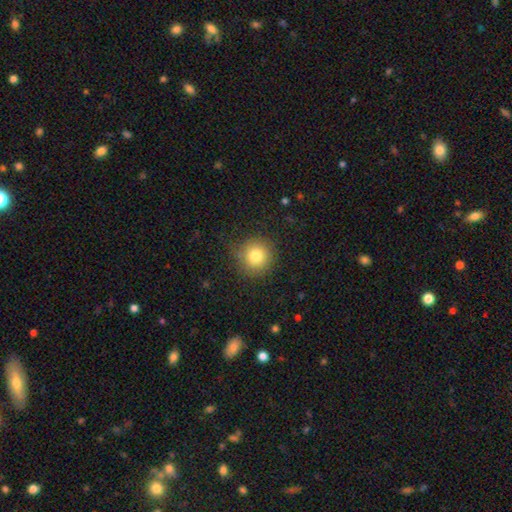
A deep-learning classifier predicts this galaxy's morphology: Smooth or featured: smooth — 79% (star or artifact — 12%)
How rounded: round — 93% (in between — 6%)
Merging: none — 81% (minor disturbance — 13%)